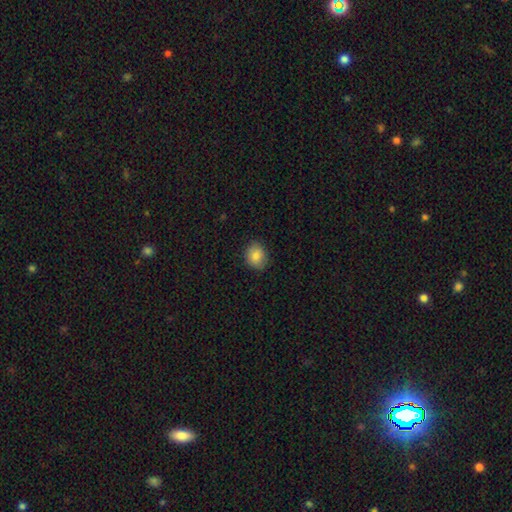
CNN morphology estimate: smooth_or_featured: smooth (p=0.84) [alt: star or artifact p=0.09]
how_rounded: round (p=0.64) [alt: in between p=0.35]
merging: none (p=0.84) [alt: minor disturbance p=0.12]